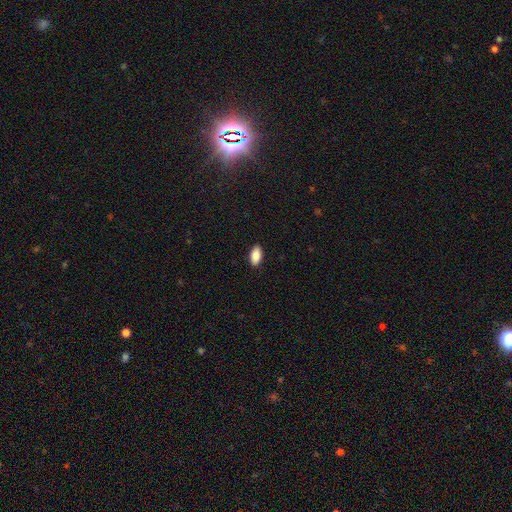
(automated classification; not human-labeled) Smooth or featured? smooth (87%)
How rounded? in between (92%)
Merging? none (90%)